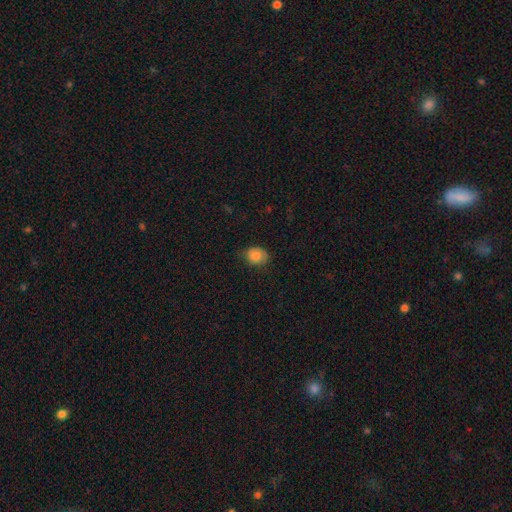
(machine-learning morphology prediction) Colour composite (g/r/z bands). It shows a smooth galaxy with no disk features (81%) that is round (50%). Merging: none (68%).